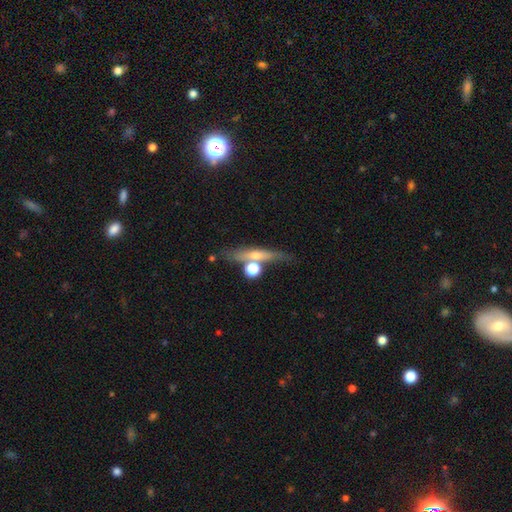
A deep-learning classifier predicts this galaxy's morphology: Smooth or featured: featured or disk — 50% (smooth — 38%)
Edge-on disk: yes — 86% (no — 14%)
Merging: none — 68% (merger — 14%)